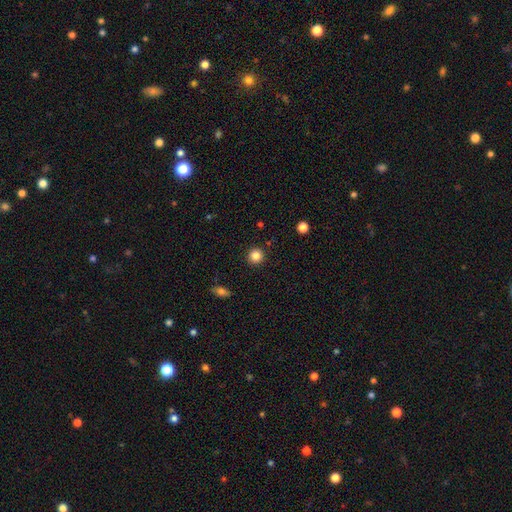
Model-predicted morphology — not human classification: type=smooth (84%); roundness=round (93%); merging=none (91%).